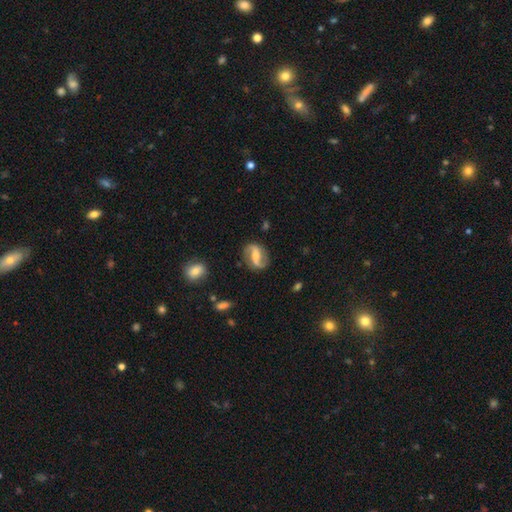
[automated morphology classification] A featured or disk galaxy (81%) with a strong bar (43%), 2 (92%) loose (61%) spiral arms (93%) and a moderate central bulge (53%). Merging: none (83%).